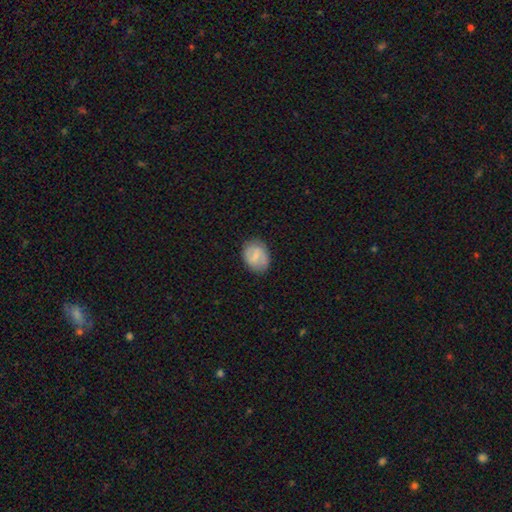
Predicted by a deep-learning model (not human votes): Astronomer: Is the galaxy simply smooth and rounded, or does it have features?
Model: smooth — 62%.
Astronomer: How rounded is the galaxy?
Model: in between — 57% (runner-up: round, 42%).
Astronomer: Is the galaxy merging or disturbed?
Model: none — 80%.